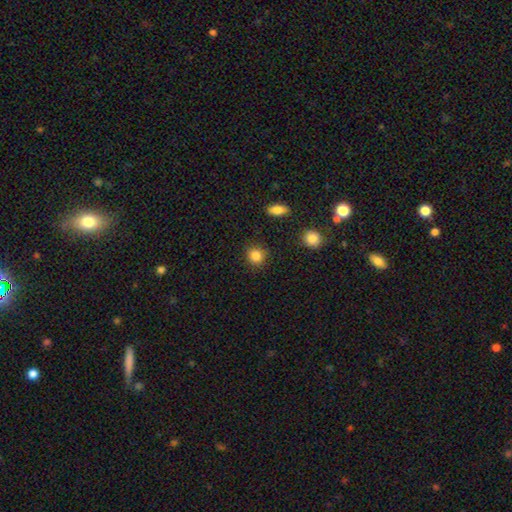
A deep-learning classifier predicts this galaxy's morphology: Overall: smooth (86%). How rounded: round (88%). Merging: none (88%).